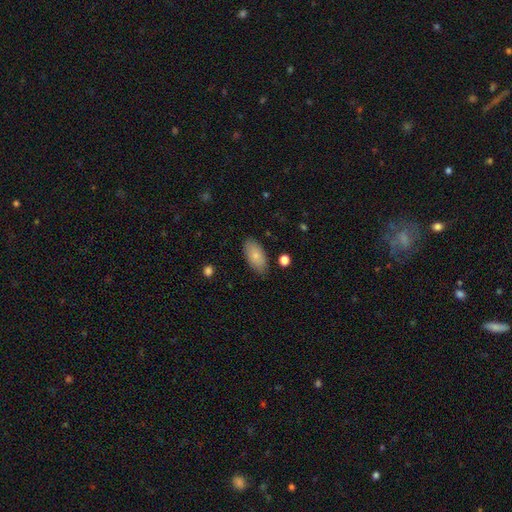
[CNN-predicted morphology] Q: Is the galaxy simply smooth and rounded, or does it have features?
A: smooth — 81%.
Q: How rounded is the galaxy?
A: in between — 93%.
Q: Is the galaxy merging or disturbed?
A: none — 84%.